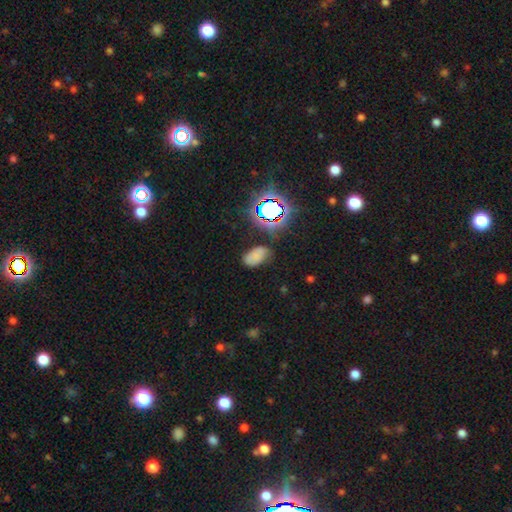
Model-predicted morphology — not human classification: smooth 65%, star or artifact 25%, featured or disk 10%. Down the decision tree: how rounded — in between (91%); merging — none (66%).